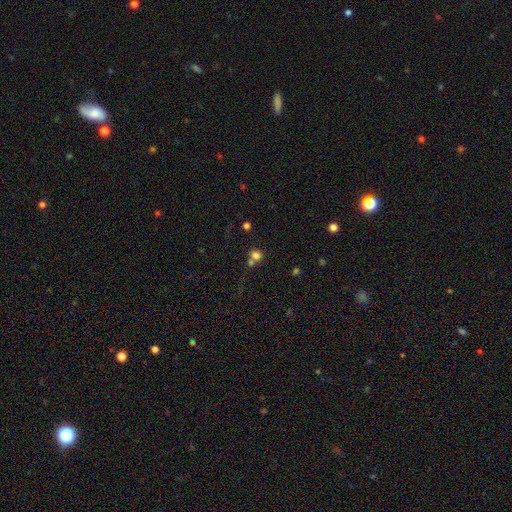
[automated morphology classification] A smooth galaxy with no disk features (76%) that is round (72%). Merging: none (47%).